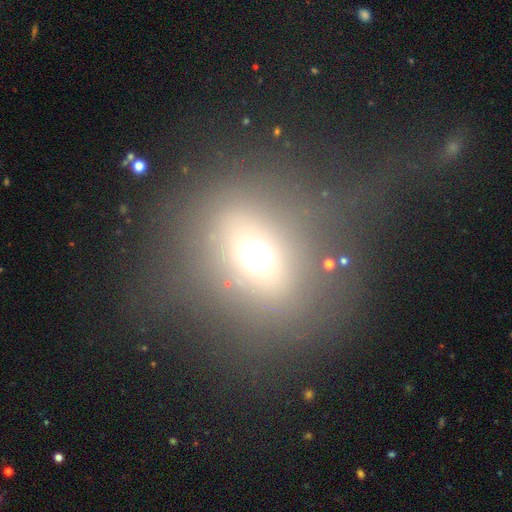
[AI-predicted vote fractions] Morphology: type=smooth (59%); roundness=round (64%); merging=none (76%).